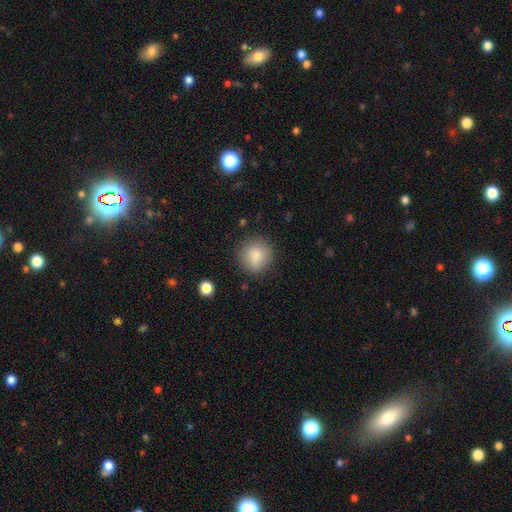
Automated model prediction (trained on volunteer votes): A smooth galaxy with no disk features (85%) that is round (87%). Merging: none (81%).